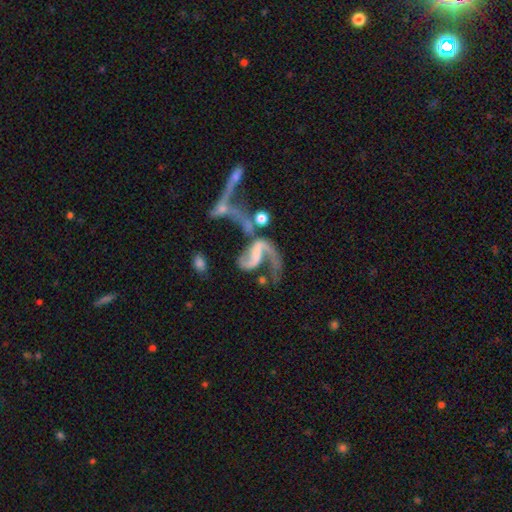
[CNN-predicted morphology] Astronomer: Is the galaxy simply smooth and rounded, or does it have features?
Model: featured or disk — 83%.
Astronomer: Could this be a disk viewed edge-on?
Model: no — 97%.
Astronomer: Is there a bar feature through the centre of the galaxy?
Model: weak — 38% (runner-up: no, 34%).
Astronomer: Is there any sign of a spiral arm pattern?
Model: yes — 90%.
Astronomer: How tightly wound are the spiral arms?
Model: loose — 78%.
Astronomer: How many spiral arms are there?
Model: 2 — 78%.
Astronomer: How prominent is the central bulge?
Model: none — 60%.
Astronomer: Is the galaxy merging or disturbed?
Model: merger — 34% (runner-up: major disturbance, 29%).